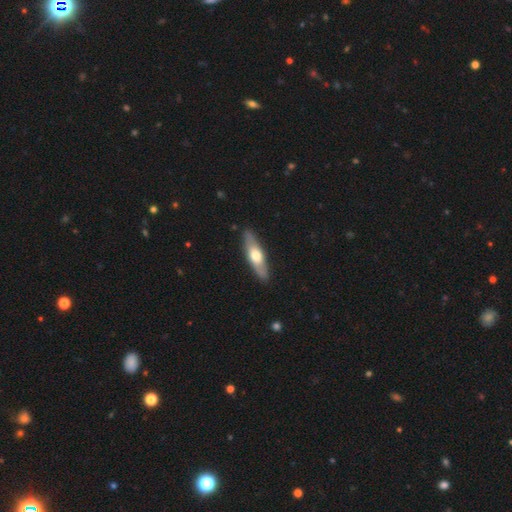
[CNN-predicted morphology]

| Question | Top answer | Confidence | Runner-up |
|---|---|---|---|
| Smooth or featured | featured or disk | 49% | smooth (46%) |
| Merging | none | 88% | minor disturbance (9%) |